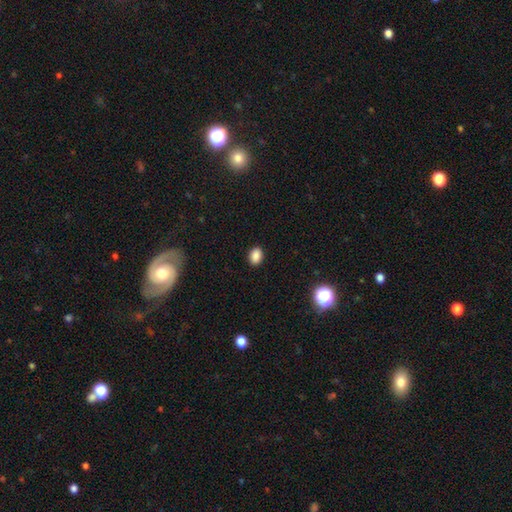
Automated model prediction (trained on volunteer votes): A smooth galaxy with no disk features (87%) that is in between round and cigar-shaped (71%).

Vote fractions:
- Smooth or featured? smooth: 87% / star or artifact: 10% / featured or disk: 3%
- How rounded? in between: 71% / round: 27% / cigar-shaped: 1%
- Merging? none: 90% / minor disturbance: 7% / major disturbance: 2% / merger: 1%